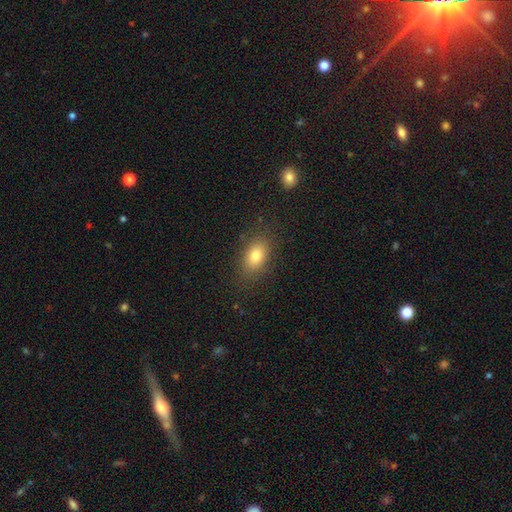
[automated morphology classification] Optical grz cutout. It shows a smooth galaxy with no disk features (79%) that is in between round and cigar-shaped (84%). Merging: none (84%).